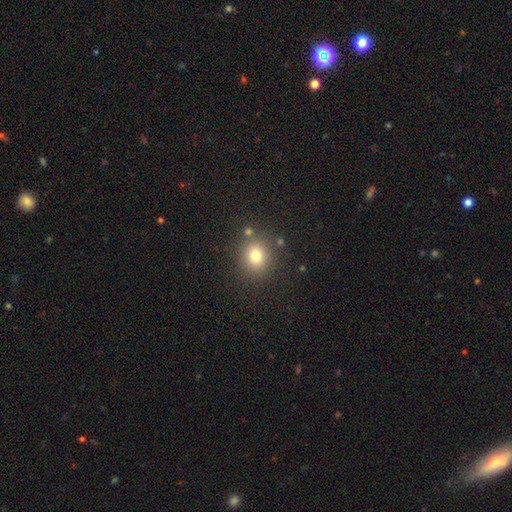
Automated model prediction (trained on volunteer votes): Overall: smooth (78%). How rounded: round (79%). Merging: none (82%).